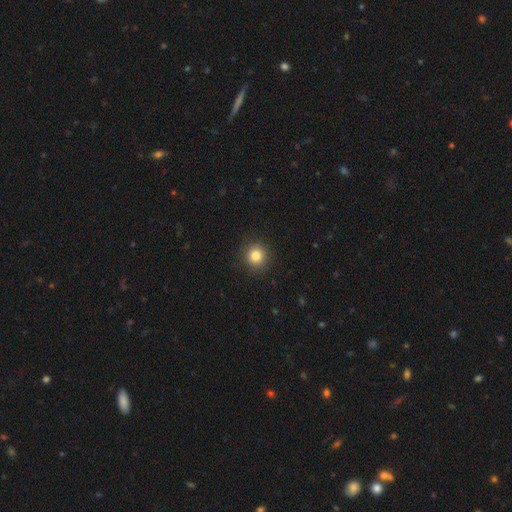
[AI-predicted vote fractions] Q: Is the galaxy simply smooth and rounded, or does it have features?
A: smooth — 83%.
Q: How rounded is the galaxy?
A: round — 92%.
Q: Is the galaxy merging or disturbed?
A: none — 91%.